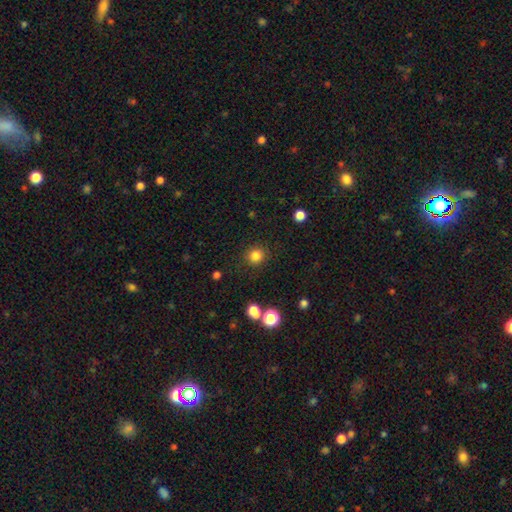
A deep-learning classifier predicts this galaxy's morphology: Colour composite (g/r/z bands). It shows a smooth galaxy with no disk features (83%) that is round (89%). Merging: none (89%).